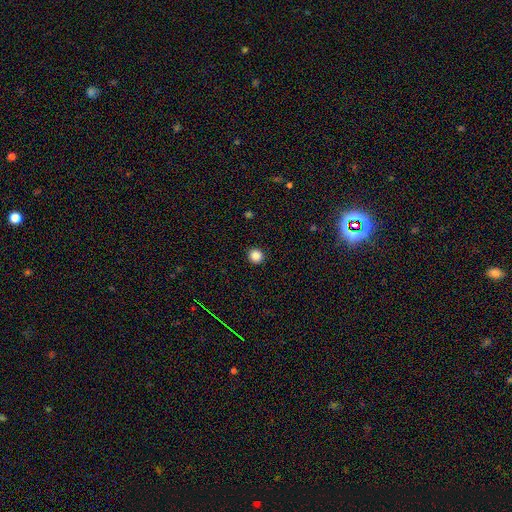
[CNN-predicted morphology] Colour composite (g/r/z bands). It shows a smooth galaxy with no disk features (86%) that is round (94%). Merging: none (93%).